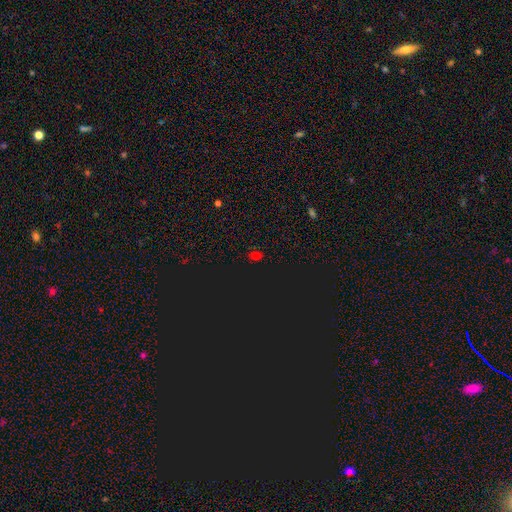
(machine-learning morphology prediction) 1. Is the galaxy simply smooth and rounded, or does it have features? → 48% star or artifact, 46% smooth, 6% featured or disk.